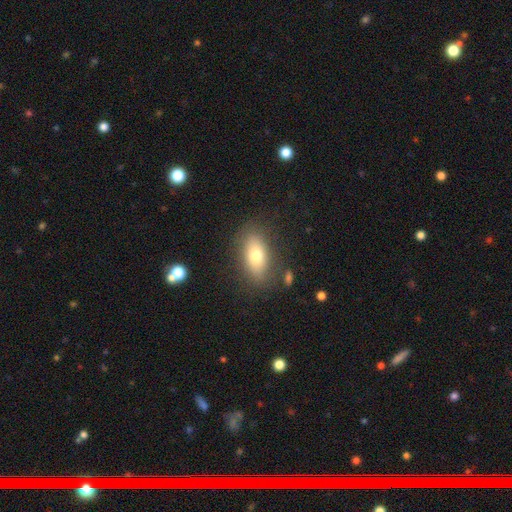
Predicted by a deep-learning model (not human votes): The model was most divided on "smooth or featured": smooth: 73%, featured or disk: 19%, star or artifact: 8%. More confident: how rounded — in between (86%); merging — none (81%).